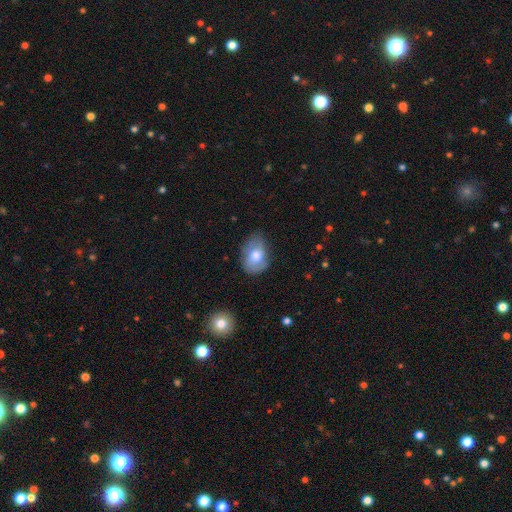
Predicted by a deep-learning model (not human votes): smooth_or_featured: smooth (p=0.62) [alt: featured or disk p=0.31]
how_rounded: in between (p=0.77) [alt: round p=0.21]
merging: none (p=0.59) [alt: minor disturbance p=0.29]